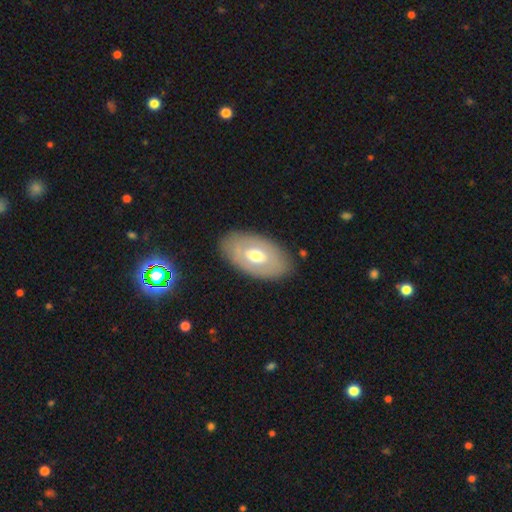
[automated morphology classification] A featured or disk galaxy (50%). Merging: none (82%).